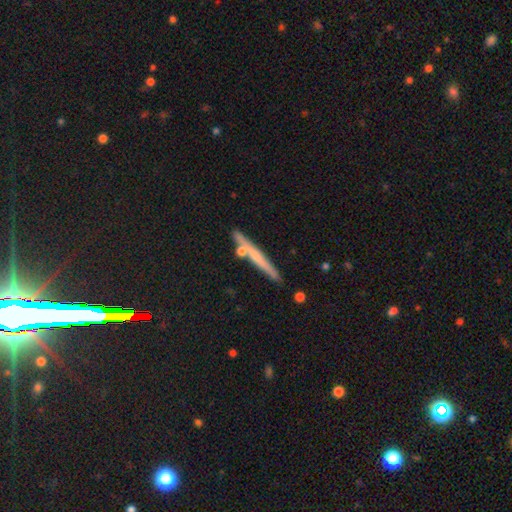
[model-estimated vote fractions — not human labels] This is possibly a smooth galaxy (47%). Merging: clearly none (81%).